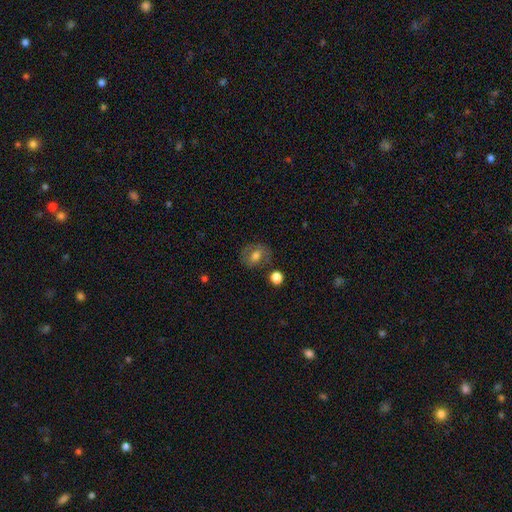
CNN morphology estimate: A smooth galaxy with no disk features (58%) that is in between round and cigar-shaped (55%). Merging: none (73%).